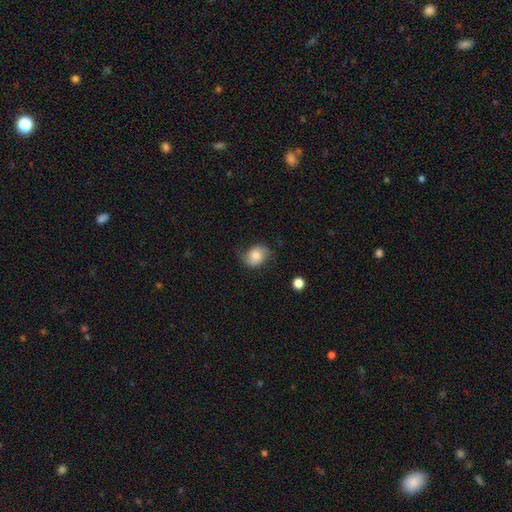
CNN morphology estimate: Q: Smooth or featured?
A: smooth (77%); runner-up: featured or disk (15%)
Q: How rounded?
A: in between (57%); runner-up: round (42%)
Q: Merging?
A: none (63%); runner-up: minor disturbance (27%)